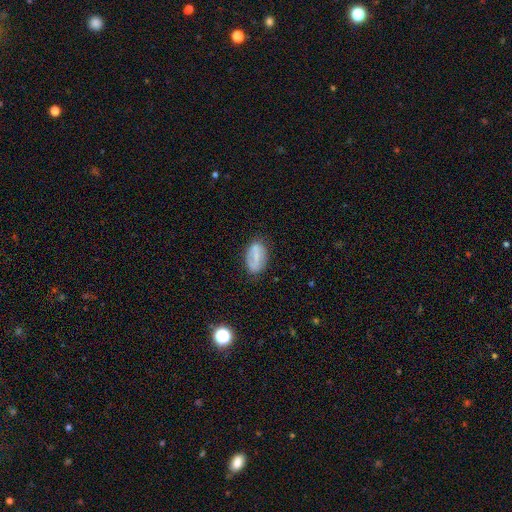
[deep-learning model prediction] Overall: smooth (55%; featured or disk 36%). How rounded: in between (90%). Merging: none (77%).